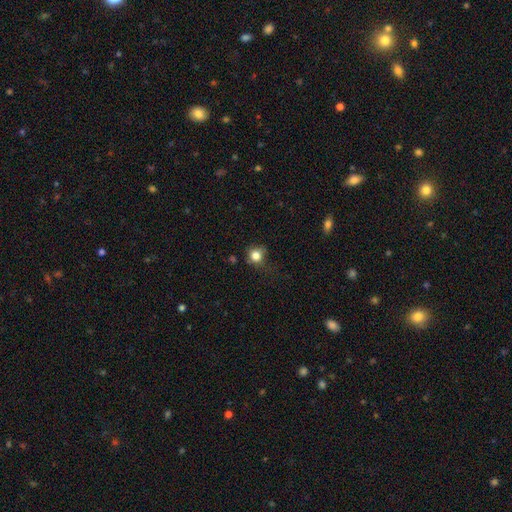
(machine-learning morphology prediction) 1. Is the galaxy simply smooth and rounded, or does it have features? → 81% smooth, 12% star or artifact, 7% featured or disk.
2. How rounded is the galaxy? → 79% round, 20% in between, 1% cigar-shaped.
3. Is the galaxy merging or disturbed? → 59% none, 27% minor disturbance, 12% major disturbance, 2% merger.